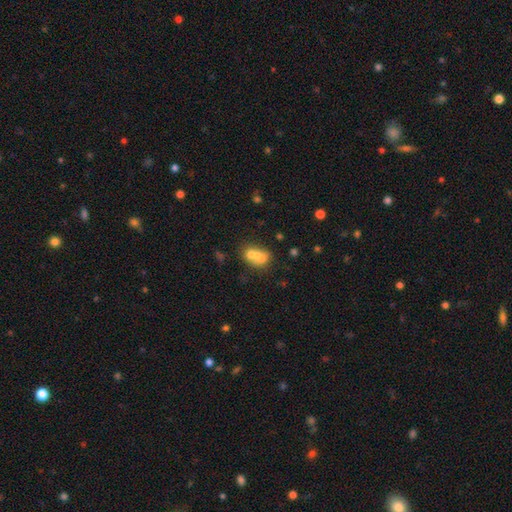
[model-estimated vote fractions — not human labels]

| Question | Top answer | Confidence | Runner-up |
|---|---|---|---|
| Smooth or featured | smooth | 64% | featured or disk (25%) |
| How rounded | in between | 59% | round (39%) |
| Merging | merger | 60% | none (24%) |